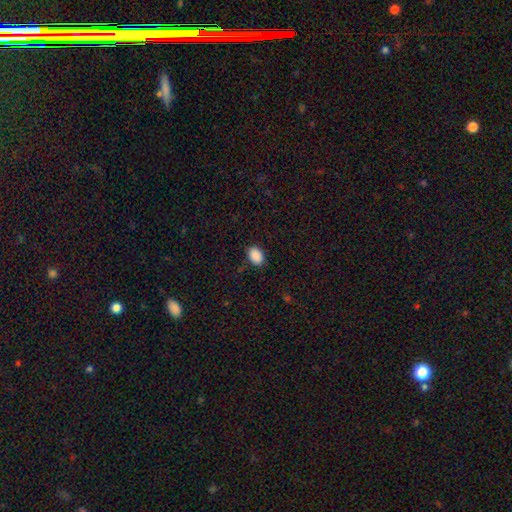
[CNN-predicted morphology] Overall: smooth (90%). How rounded: in between (82%). Merging: none (86%).